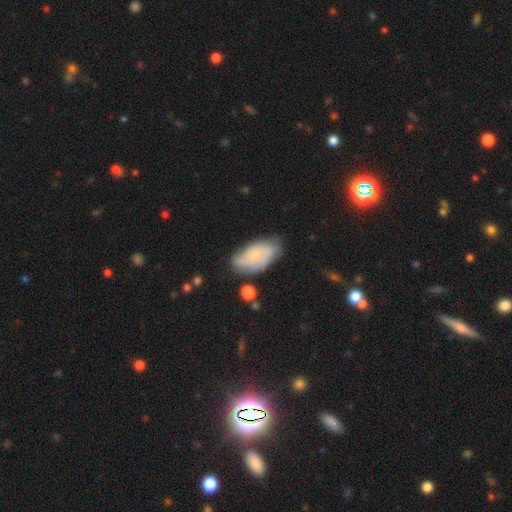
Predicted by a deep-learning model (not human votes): This is likely a featured or disk galaxy (63%). It is clearly not viewed edge-on (96%). Bar: likely no (68%). Spiral arm pattern: clearly yes (91%). Spiral arm count: marginally 2 (37%). Spiral winding: marginally tight (45%). Central bulge: likely small (63%). Merging: likely none (68%).